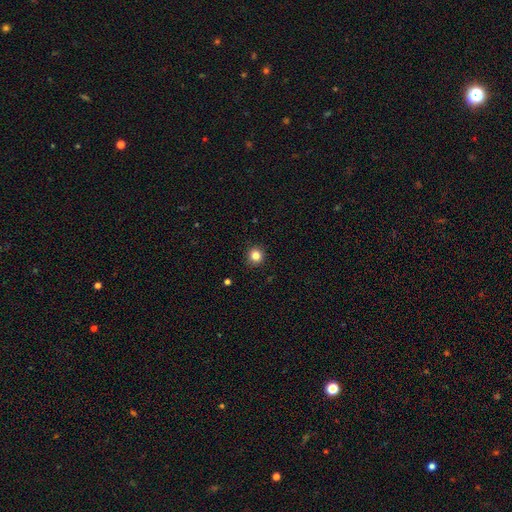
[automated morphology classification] smooth_or_featured: smooth (p=0.83) [alt: star or artifact p=0.12]
how_rounded: round (p=0.93) [alt: in between p=0.06]
merging: none (p=0.92) [alt: minor disturbance p=0.05]